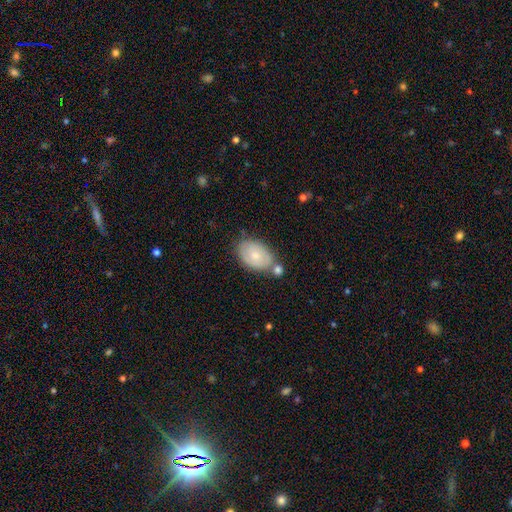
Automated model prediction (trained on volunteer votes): Smooth or featured? Predicted: smooth (p=0.64). How rounded? Predicted: in between (p=0.87). Merging? Predicted: none (p=0.57).